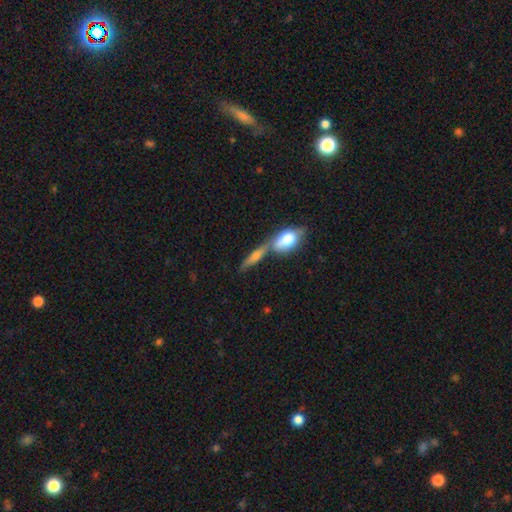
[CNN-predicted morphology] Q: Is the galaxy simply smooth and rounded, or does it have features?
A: smooth — 49%.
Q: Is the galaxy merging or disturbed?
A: merger — 47%.